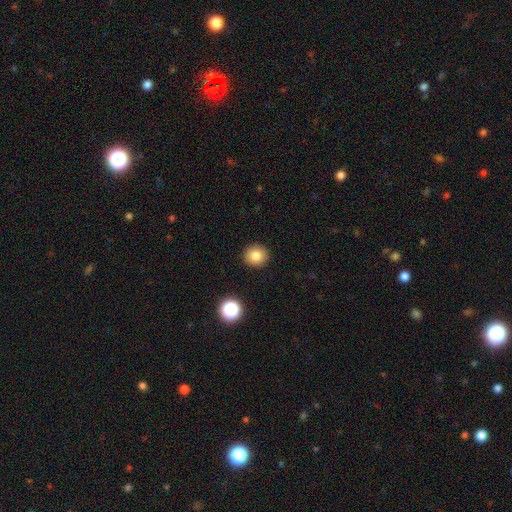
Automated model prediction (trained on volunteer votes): Smooth or featured? smooth (81%)
How rounded? round (89%)
Merging? none (92%)